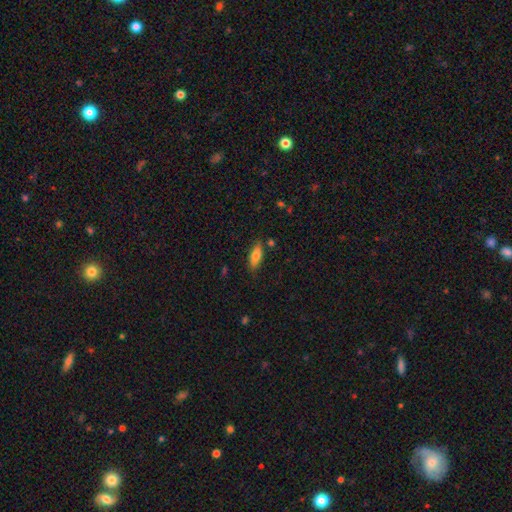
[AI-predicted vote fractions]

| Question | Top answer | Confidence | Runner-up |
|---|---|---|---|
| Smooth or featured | smooth | 77% | featured or disk (15%) |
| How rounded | in between | 73% | cigar-shaped (25%) |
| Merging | none | 79% | minor disturbance (14%) |